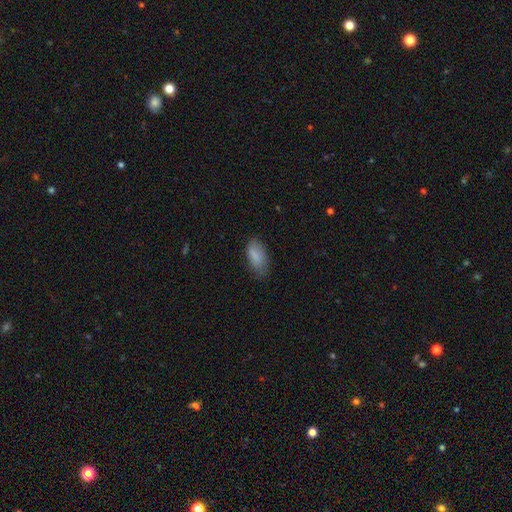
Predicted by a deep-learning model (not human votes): Smooth or featured? smooth (84%)
How rounded? in between (88%)
Merging? none (66%)